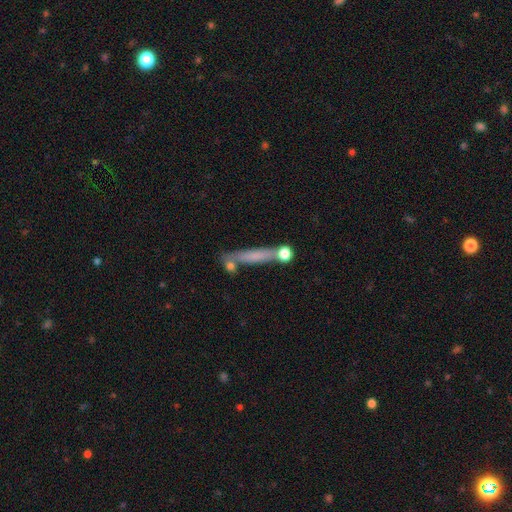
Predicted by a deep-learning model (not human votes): This is possibly a smooth galaxy (56%). How rounded: clearly cigar-shaped (87%). Merging: likely none (66%).